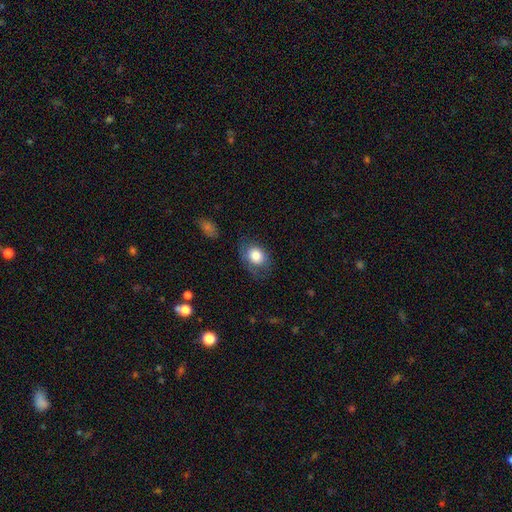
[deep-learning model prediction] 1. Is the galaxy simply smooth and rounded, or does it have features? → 80% smooth, 12% featured or disk, 8% star or artifact.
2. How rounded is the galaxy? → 62% in between, 37% round, 1% cigar-shaped.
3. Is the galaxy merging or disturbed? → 63% none, 24% minor disturbance, 11% major disturbance, 2% merger.